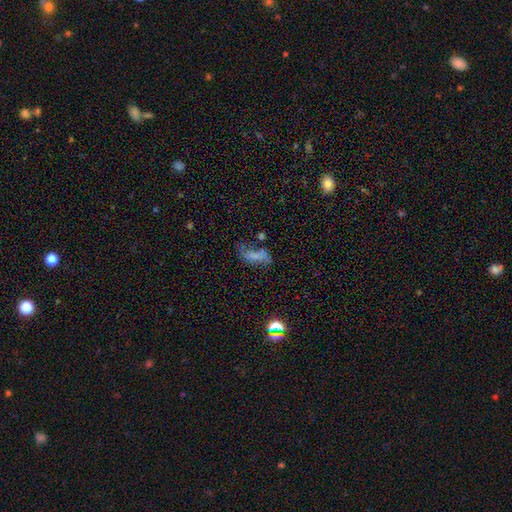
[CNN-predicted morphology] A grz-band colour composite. It shows a smooth galaxy with no disk features (50%). Merging: none (36%).